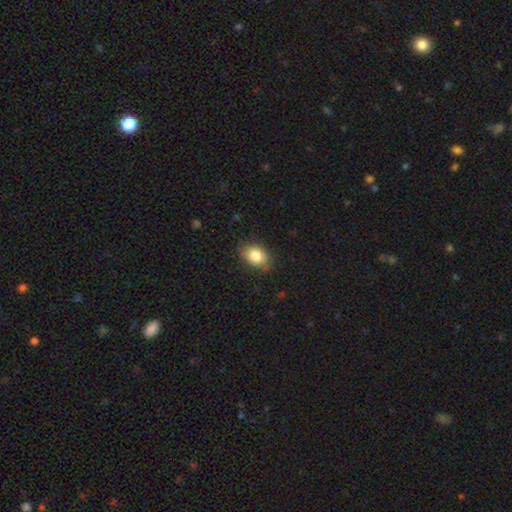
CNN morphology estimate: Smooth or featured?
  - smooth: 83% *
  - featured or disk: 9%
  - star or artifact: 8%
How rounded?
  - in between: 69% *
  - round: 30%
  - cigar-shaped: 1%
Merging?
  - none: 77% *
  - minor disturbance: 18%
  - major disturbance: 4%
  - merger: 1%